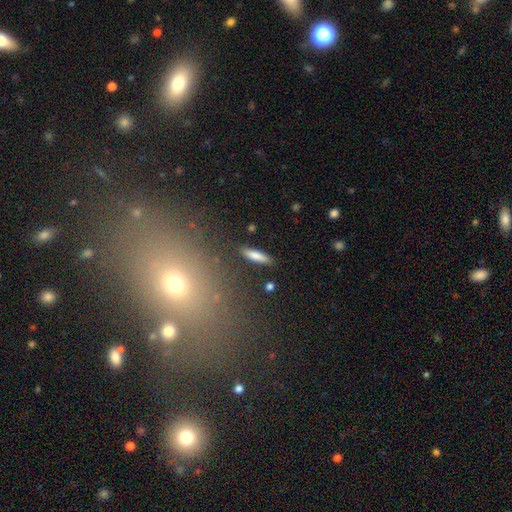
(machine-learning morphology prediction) smooth-or-featured: smooth: 79% | featured or disk: 14% | star or artifact: 7%
  how-rounded: cigar-shaped: 70% | in between: 28% | round: 2%
  merging: none: 85% | minor disturbance: 10% | major disturbance: 3% | merger: 3%